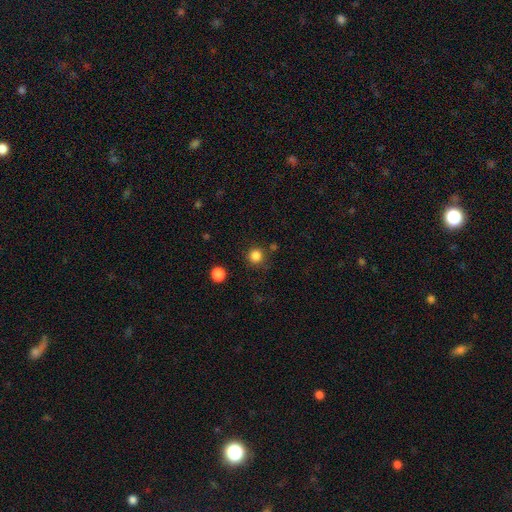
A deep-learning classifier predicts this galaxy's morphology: A smooth galaxy with no disk features (83%) that is round (95%).

Vote fractions:
- Smooth or featured? smooth: 83% / star or artifact: 13% / featured or disk: 4%
- How rounded? round: 95% / in between: 4% / cigar-shaped: 1%
- Merging? none: 86% / minor disturbance: 7% / merger: 3% / major disturbance: 3%